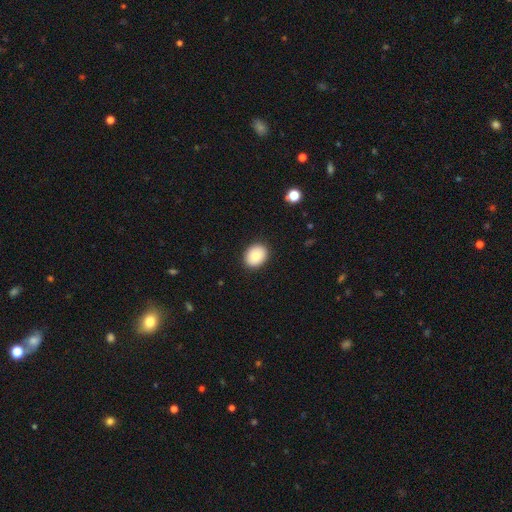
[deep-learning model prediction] Smooth or featured? Predicted: smooth (p=0.81). How rounded? Predicted: in between (p=0.50, tied with round). Merging? Predicted: none (p=0.90).